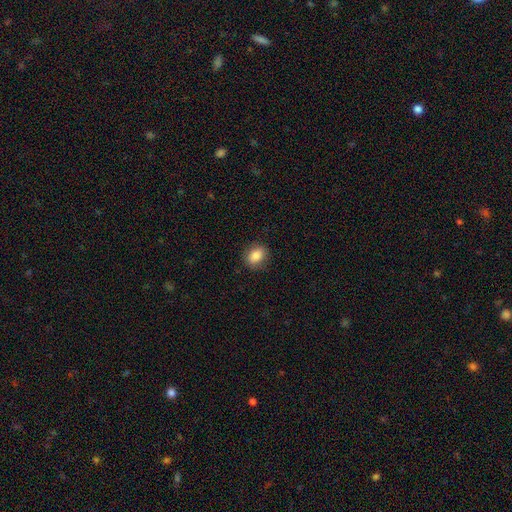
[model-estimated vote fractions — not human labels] smooth_or_featured: smooth (p=0.84) [alt: star or artifact p=0.09]
how_rounded: in between (p=0.54) [alt: round p=0.45]
merging: none (p=0.87) [alt: minor disturbance p=0.10]